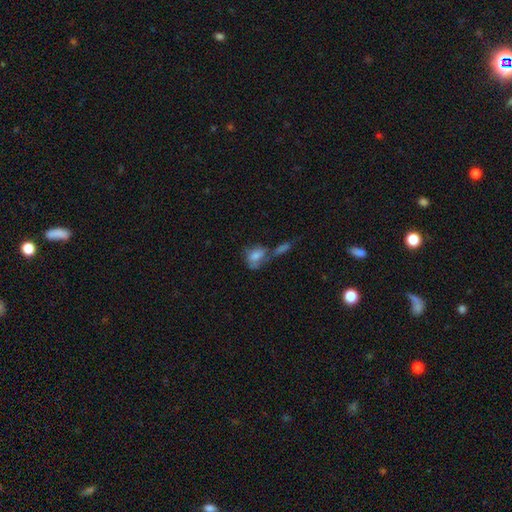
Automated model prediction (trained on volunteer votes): Morphology: type=smooth (62%); roundness=in between (73%); merging=merger (44%).